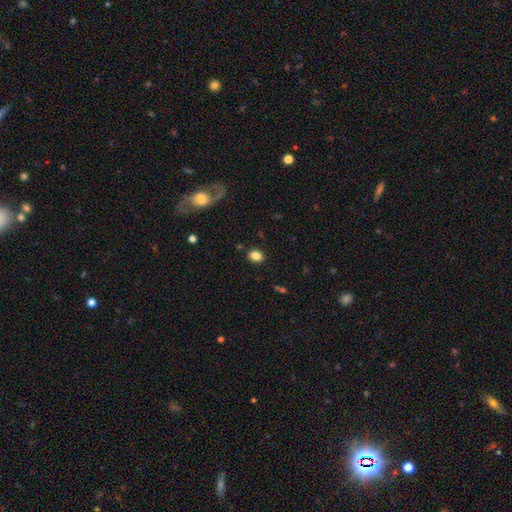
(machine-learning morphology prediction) smooth 84%, star or artifact 10%, featured or disk 6%. Down the decision tree: how rounded — in between (67%); merging — none (86%).